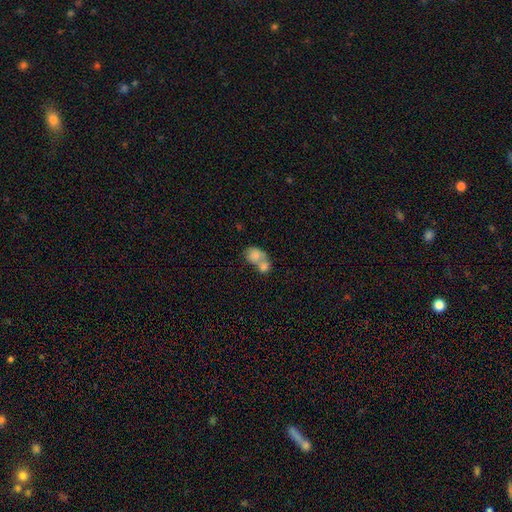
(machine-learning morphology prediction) type=smooth (77%); roundness=in between (52%); merging=merger (71%).